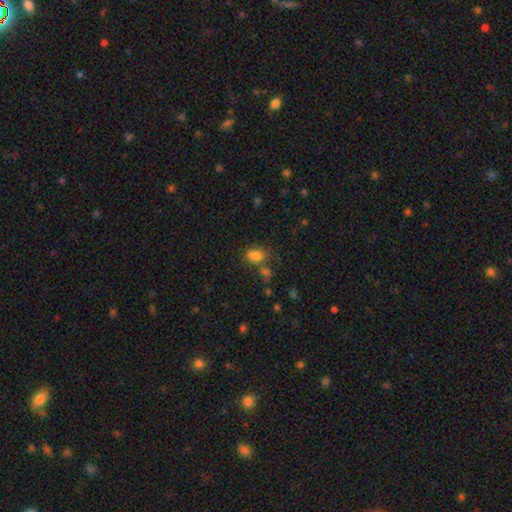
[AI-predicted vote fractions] Smooth or featured?
  - smooth: 77% *
  - star or artifact: 14%
  - featured or disk: 9%
How rounded?
  - in between: 72% *
  - round: 26%
  - cigar-shaped: 2%
Merging?
  - none: 49% *
  - merger: 26%
  - minor disturbance: 17%
  - major disturbance: 7%